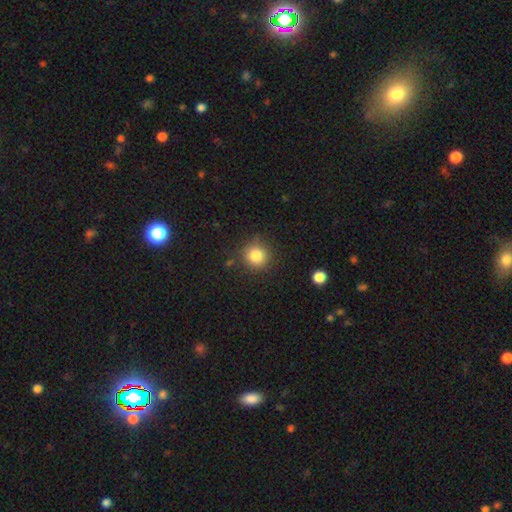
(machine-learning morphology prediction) This appears to be a smooth galaxy with no disk features (83%) that is round (92%). Merging: none (84%).